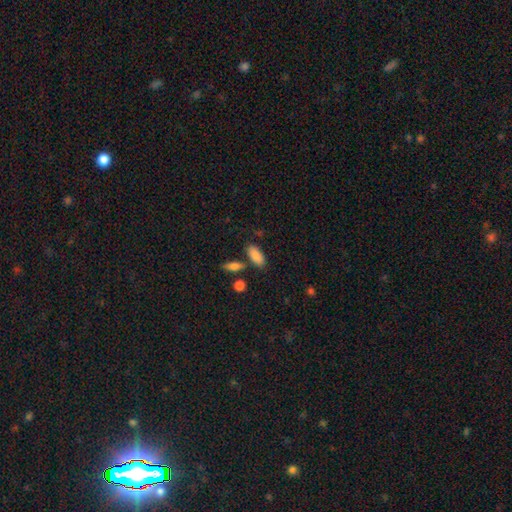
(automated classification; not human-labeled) Q: Smooth or featured?
A: smooth (87%); runner-up: star or artifact (7%)
Q: How rounded?
A: in between (85%); runner-up: cigar-shaped (12%)
Q: Merging?
A: none (73%); runner-up: minor disturbance (13%)